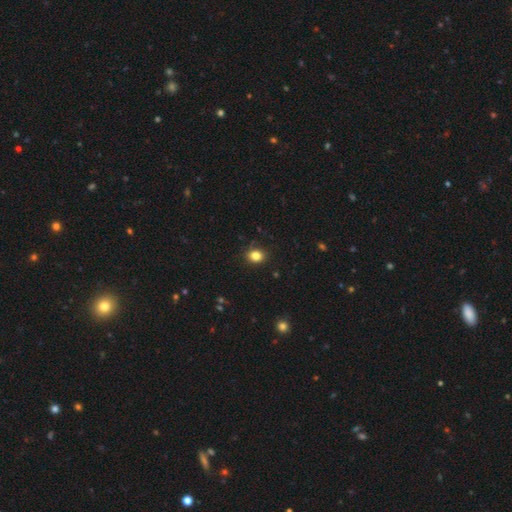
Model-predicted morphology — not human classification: Smooth or featured? smooth (84%)
How rounded? round (57%)
Merging? none (85%)